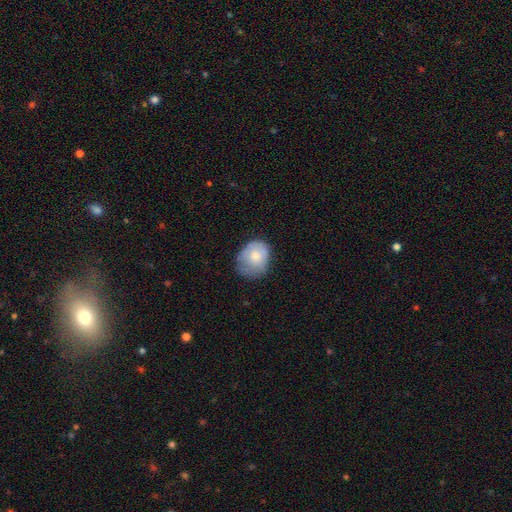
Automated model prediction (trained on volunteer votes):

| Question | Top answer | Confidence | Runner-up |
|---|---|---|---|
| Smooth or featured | smooth | 67% | featured or disk (26%) |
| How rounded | round | 55% | in between (44%) |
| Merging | none | 53% | minor disturbance (34%) |